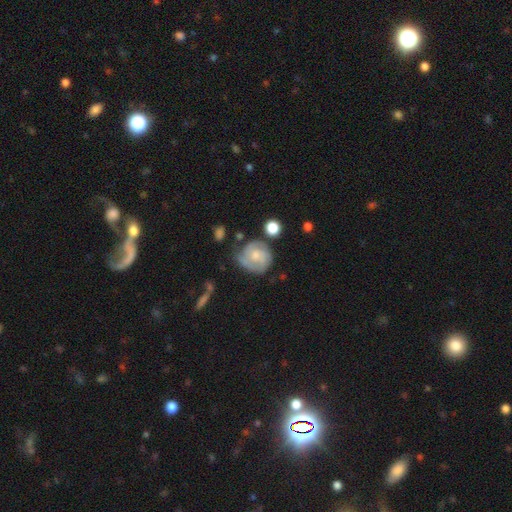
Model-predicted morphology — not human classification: smooth-or-featured: featured or disk: 65% | smooth: 28% | star or artifact: 6%
  disk-edge-on: no: 98% | yes: 2%
    bar: no: 70% | weak: 26% | strong: 4%
    has-spiral-arms: yes: 88% | no: 12%
      spiral-winding: tight: 56% | medium: 34% | loose: 10%
      spiral-arm-count: 2: 38% | can't tell: 28% | 3: 22% | 1: 6% | 4: 4% | more than 4: 3%
    bulge-size: small: 43% | moderate: 42% | none: 10% | large: 5% | dominant: 1%
  merging: none: 60% | minor disturbance: 24% | major disturbance: 11% | merger: 5%